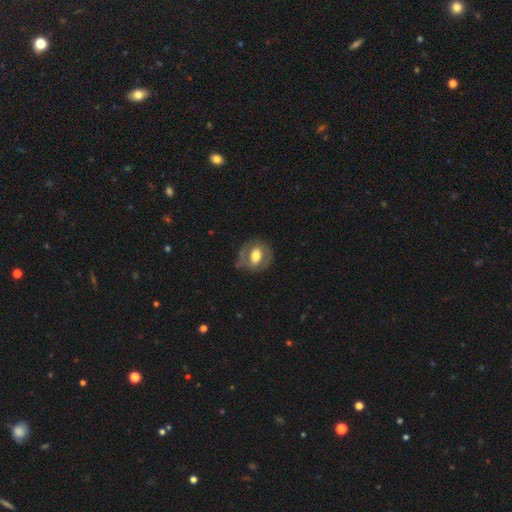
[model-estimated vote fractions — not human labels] Smooth or featured? Predicted: smooth (p=0.47). Merging? Predicted: none (p=0.64).